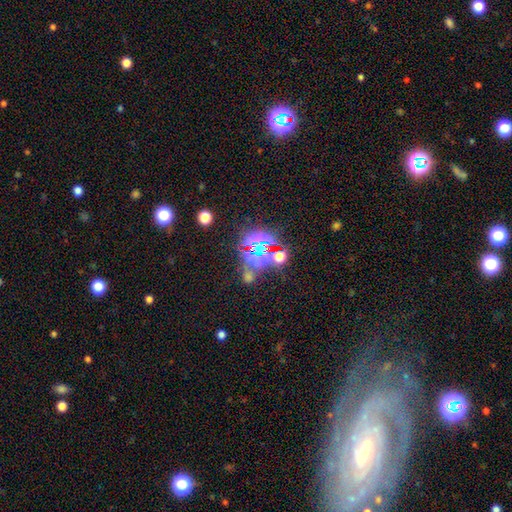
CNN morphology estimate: Q: Smooth or featured?
A: star or artifact (60%); runner-up: featured or disk (20%)